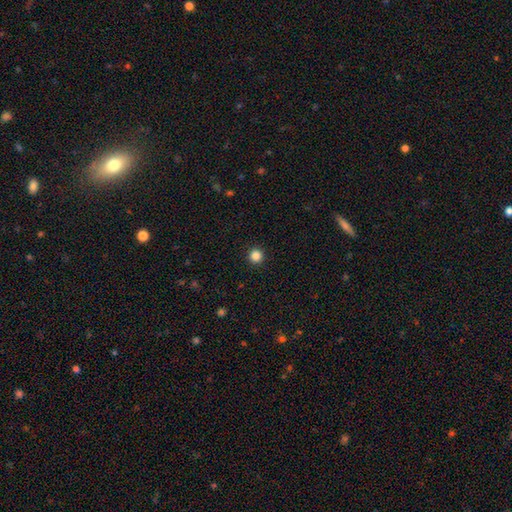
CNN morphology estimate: This is clearly a smooth galaxy (85%). How rounded: clearly round (96%). Merging: clearly none (93%).